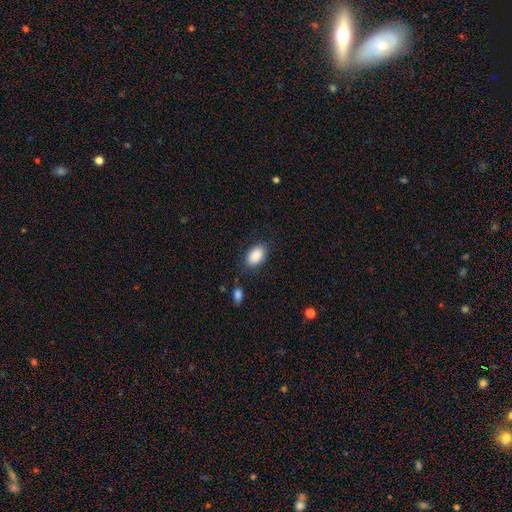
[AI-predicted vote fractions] Morphology: type=smooth (89%); roundness=in between (90%); merging=none (82%).